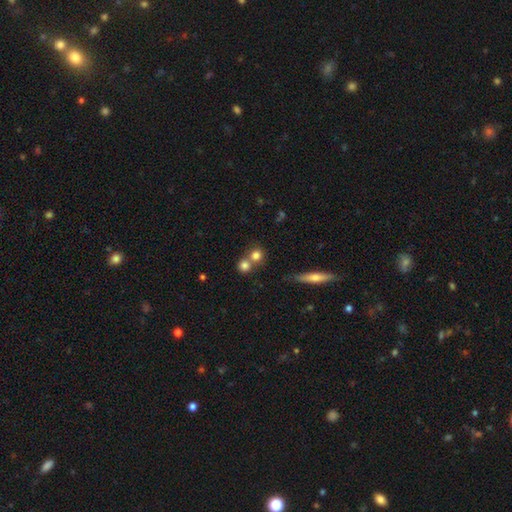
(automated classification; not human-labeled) Smooth or featured?
  - smooth: 77% *
  - featured or disk: 12%
  - star or artifact: 11%
How rounded?
  - round: 87% *
  - in between: 11%
  - cigar-shaped: 2%
Merging?
  - none: 47% *
  - merger: 44%
  - minor disturbance: 6%
  - major disturbance: 3%